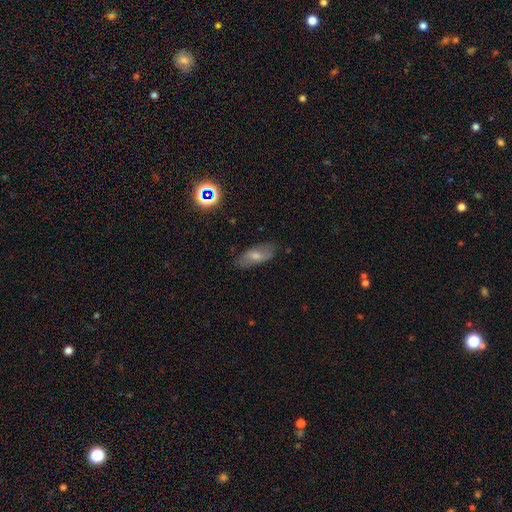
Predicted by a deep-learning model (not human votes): This is possibly a smooth galaxy (49%). Merging: likely none (79%).